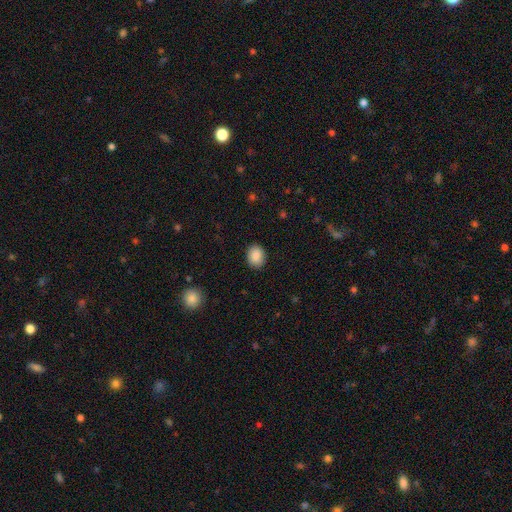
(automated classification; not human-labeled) A smooth galaxy with no disk features (88%) that is in between round and cigar-shaped (50%). Merging: none (88%).